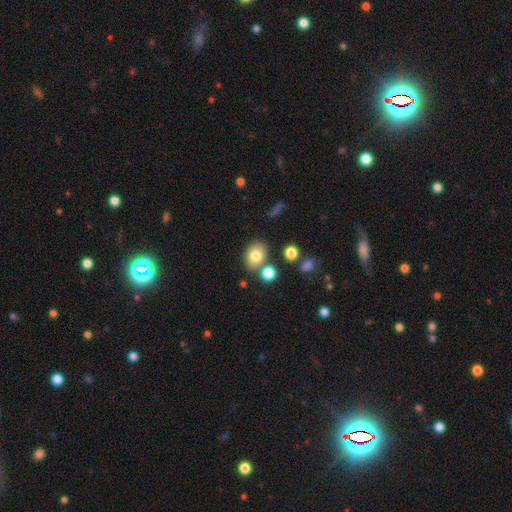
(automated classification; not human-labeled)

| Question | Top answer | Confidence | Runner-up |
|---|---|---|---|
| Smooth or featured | smooth | 78% | featured or disk (12%) |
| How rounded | in between | 58% | round (41%) |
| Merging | none | 72% | merger (13%) |